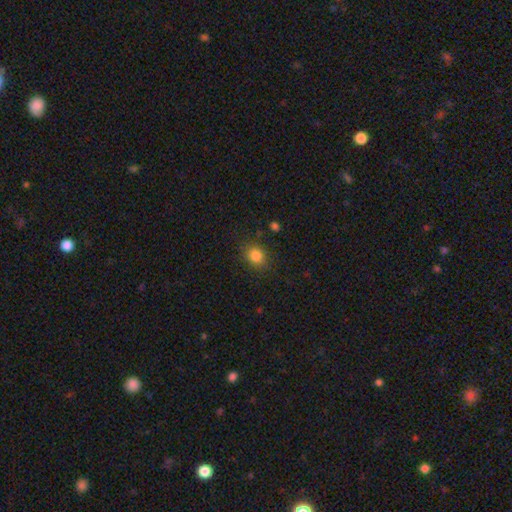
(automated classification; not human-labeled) Q: Smooth or featured?
A: smooth (83%); runner-up: star or artifact (11%)
Q: How rounded?
A: round (62%); runner-up: in between (37%)
Q: Merging?
A: none (84%); runner-up: minor disturbance (11%)